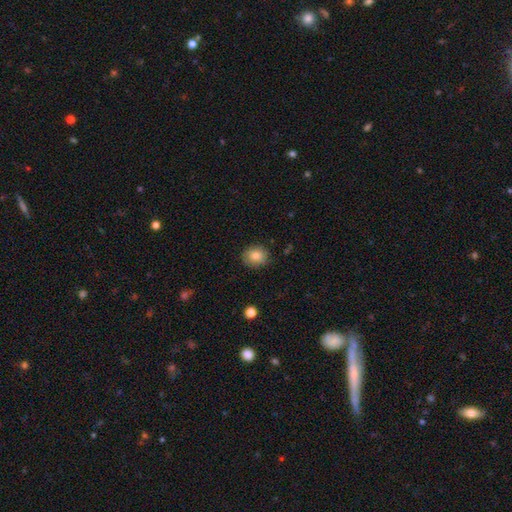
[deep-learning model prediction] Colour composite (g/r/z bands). It shows a smooth galaxy with no disk features (84%) that is round (72%). Merging: none (85%).